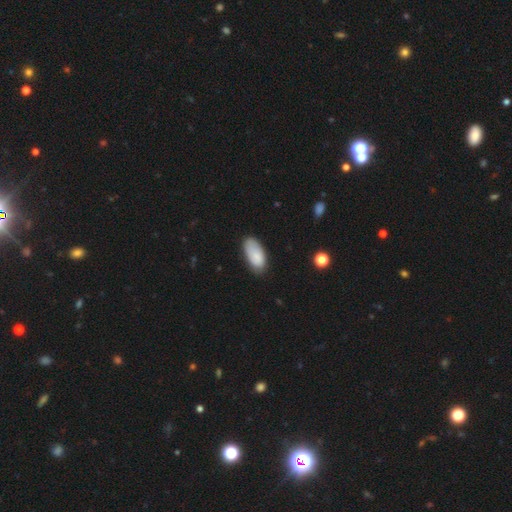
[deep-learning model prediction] The model was most divided on "merging": none: 70%, minor disturbance: 24%, major disturbance: 5%, merger: 2%. More confident: how rounded — in between (93%); smooth or featured — smooth (83%).